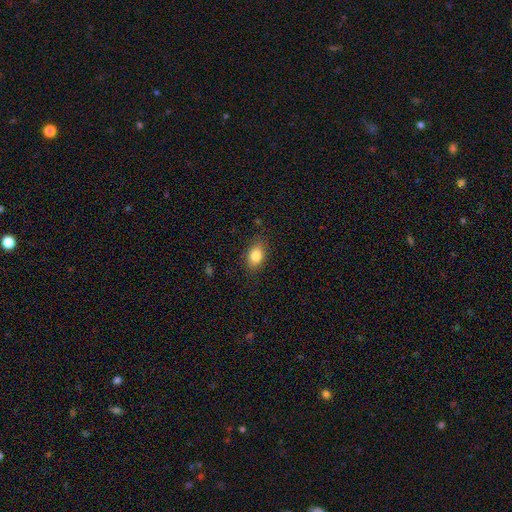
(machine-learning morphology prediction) Smooth or featured: smooth — 83% (star or artifact — 8%)
How rounded: in between — 83% (round — 15%)
Merging: none — 82% (minor disturbance — 14%)